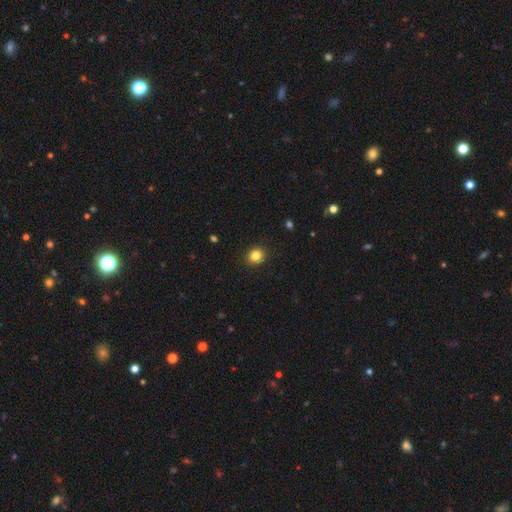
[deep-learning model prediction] Smooth or featured? smooth (84%)
How rounded? round (80%)
Merging? none (92%)